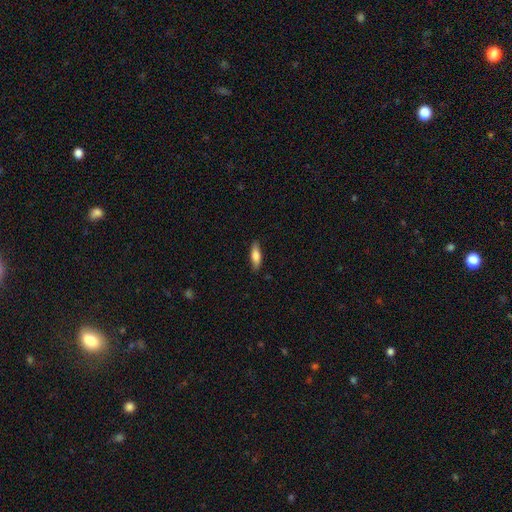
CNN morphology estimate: Overall: smooth (78%). How rounded: in between (52%; cigar-shaped 46%). Merging: none (83%).